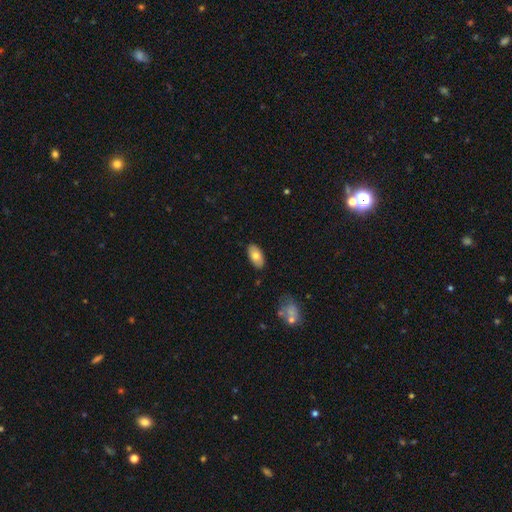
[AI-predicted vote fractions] This appears to be a smooth galaxy with no disk features (73%) that is in between round and cigar-shaped (94%). Merging: none (85%).